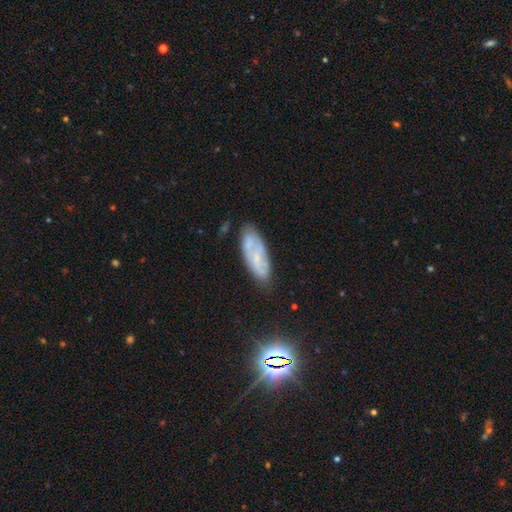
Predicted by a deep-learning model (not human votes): Smooth or featured? Predicted: featured or disk (p=0.52). Edge-on disk? Predicted: no (p=0.85). Merging? Predicted: none (p=0.72).